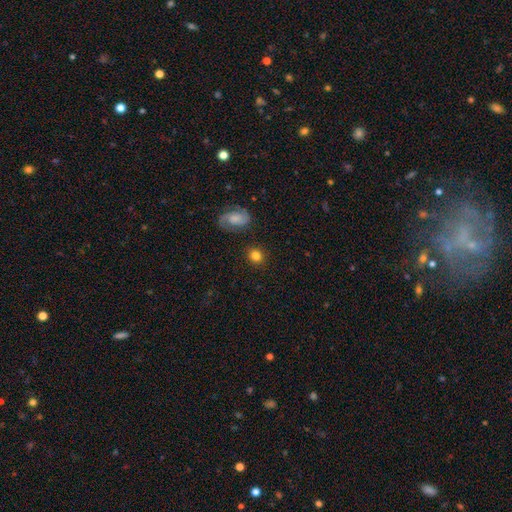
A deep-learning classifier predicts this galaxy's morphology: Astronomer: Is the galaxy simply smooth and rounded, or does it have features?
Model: smooth — 79%.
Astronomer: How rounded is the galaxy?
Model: round — 78%.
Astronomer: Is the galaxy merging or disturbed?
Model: none — 87%.